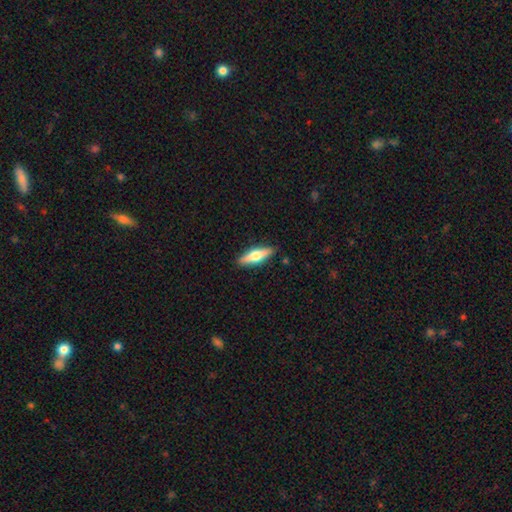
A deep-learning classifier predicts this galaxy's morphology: Smooth or featured: featured or disk — 50% (smooth — 44%)
Edge-on disk: yes — 93% (no — 7%)
Merging: none — 89% (minor disturbance — 8%)